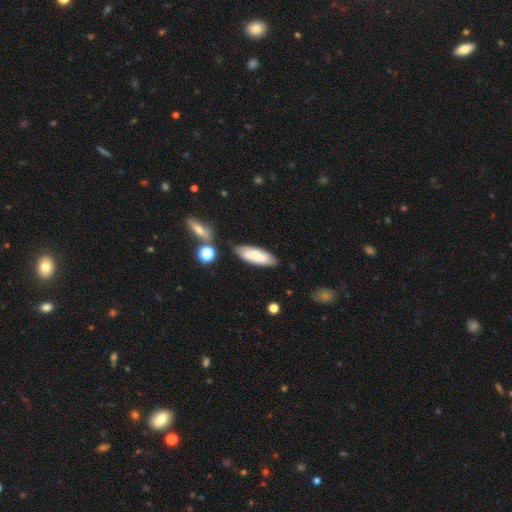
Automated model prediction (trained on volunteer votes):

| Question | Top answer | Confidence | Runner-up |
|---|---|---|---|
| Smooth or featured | smooth | 78% | featured or disk (15%) |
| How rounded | in between | 60% | cigar-shaped (38%) |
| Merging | none | 81% | minor disturbance (13%) |